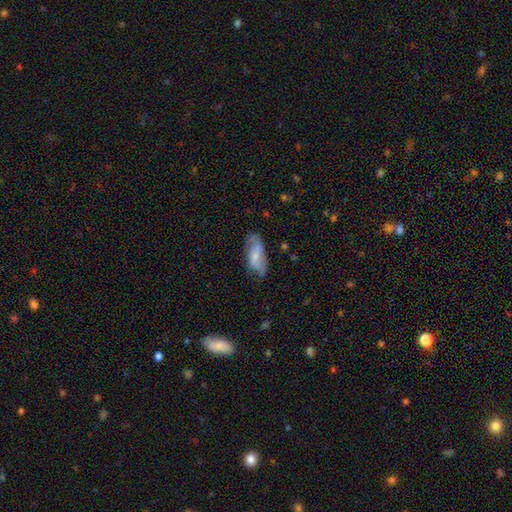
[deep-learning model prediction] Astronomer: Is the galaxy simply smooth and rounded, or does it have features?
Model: smooth — 52% (runner-up: featured or disk, 41%).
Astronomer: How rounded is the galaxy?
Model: in between — 83%.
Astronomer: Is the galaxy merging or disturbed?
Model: none — 54% (runner-up: minor disturbance, 31%).